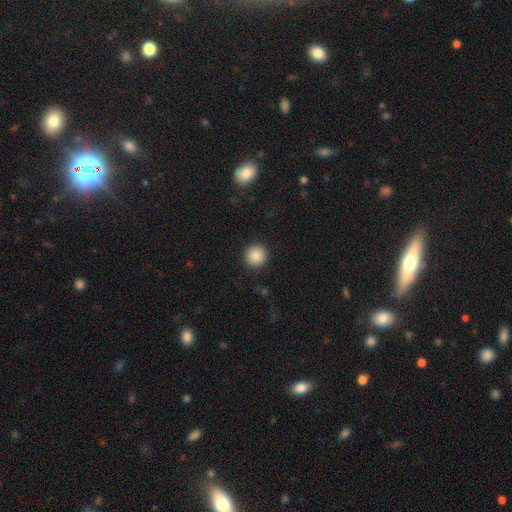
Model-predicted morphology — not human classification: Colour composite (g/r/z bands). It shows a smooth galaxy with no disk features (86%) that is round (95%). Merging: none (92%).